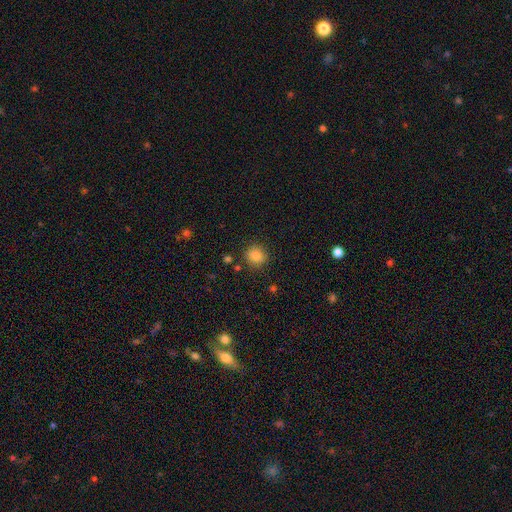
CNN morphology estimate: Smooth or featured? Predicted: smooth (p=0.84). How rounded? Predicted: round (p=0.87). Merging? Predicted: none (p=0.87).